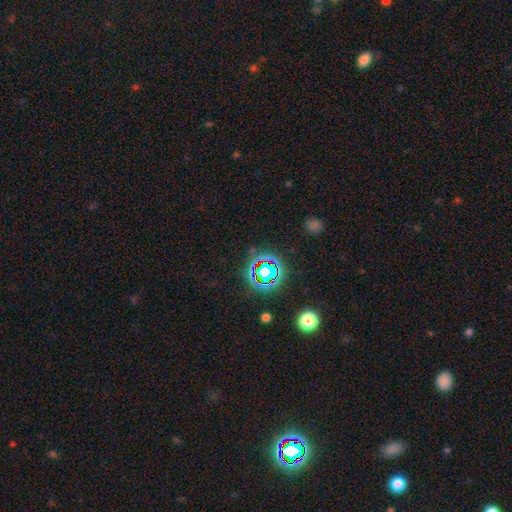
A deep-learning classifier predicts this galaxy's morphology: The model was most divided on "smooth or featured": star or artifact: 75%, smooth: 16%, featured or disk: 9%.